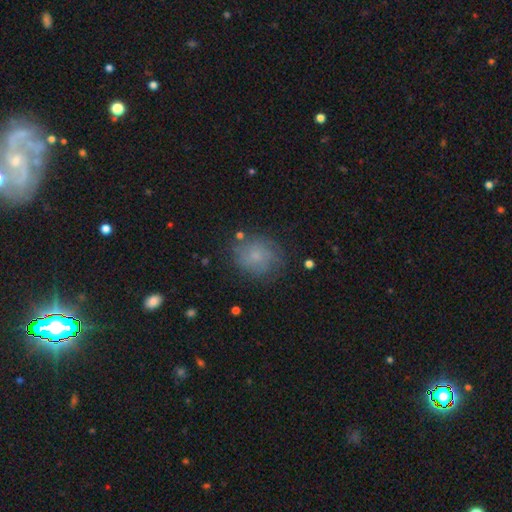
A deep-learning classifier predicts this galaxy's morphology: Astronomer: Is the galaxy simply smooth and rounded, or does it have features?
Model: smooth — 60%.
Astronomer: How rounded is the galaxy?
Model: round — 73%.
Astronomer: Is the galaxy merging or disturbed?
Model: none — 73%.